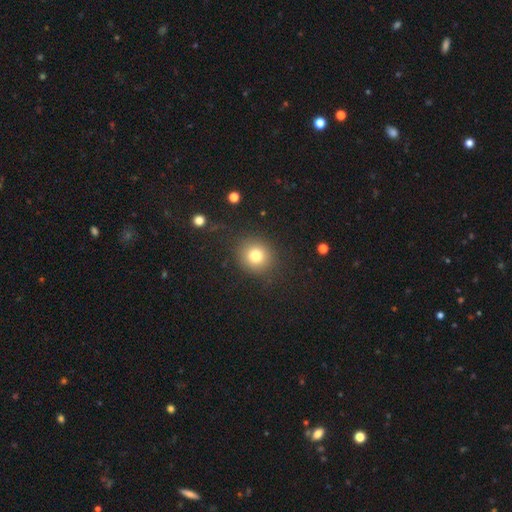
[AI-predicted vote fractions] smooth 78%, star or artifact 13%, featured or disk 9%. Down the decision tree: how rounded — round (86%); merging — none (86%).